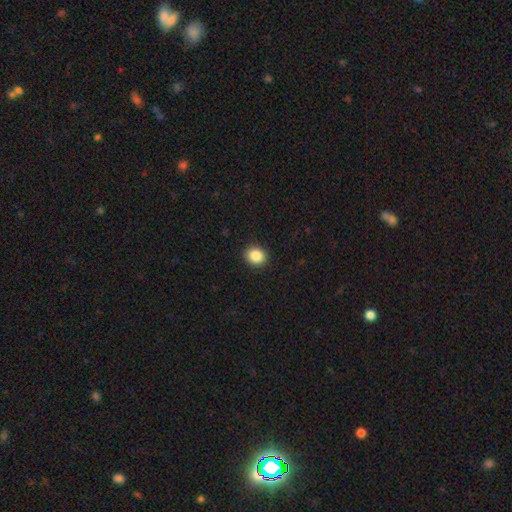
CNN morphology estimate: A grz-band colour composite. It shows a smooth galaxy with no disk features (87%) that is round (75%). Merging: none (91%).